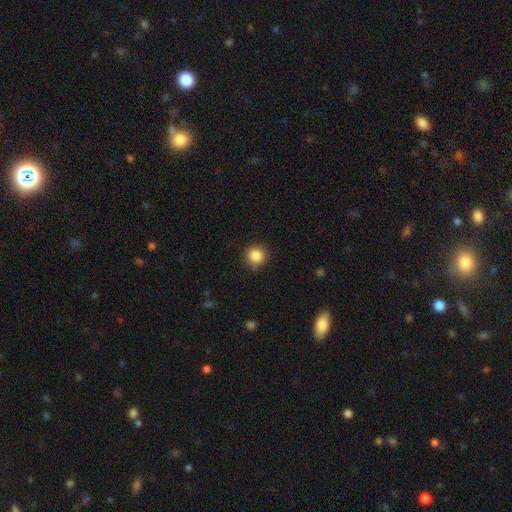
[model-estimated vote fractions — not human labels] smooth-or-featured: smooth: 86% | star or artifact: 10% | featured or disk: 4%
  how-rounded: round: 93% | in between: 7% | cigar-shaped: 1%
  merging: none: 85% | minor disturbance: 11% | major disturbance: 3% | merger: 1%